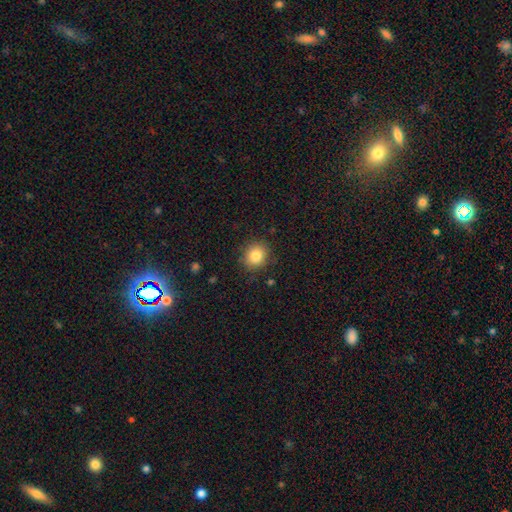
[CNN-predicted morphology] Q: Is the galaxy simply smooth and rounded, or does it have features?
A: smooth — 82%.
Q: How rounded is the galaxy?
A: round — 81%.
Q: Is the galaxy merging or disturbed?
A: none — 87%.